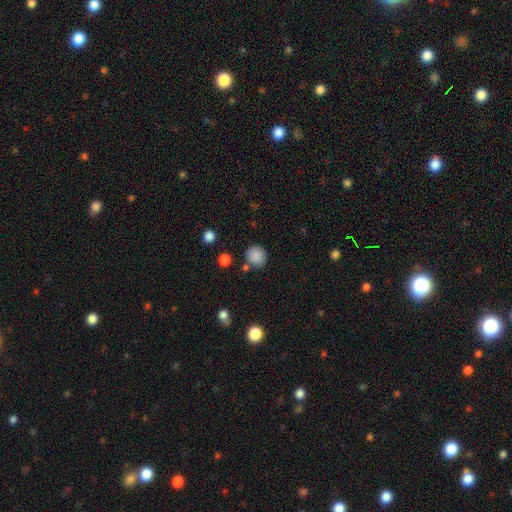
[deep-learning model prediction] A smooth galaxy with no disk features (86%) that is round (86%). Merging: none (79%).